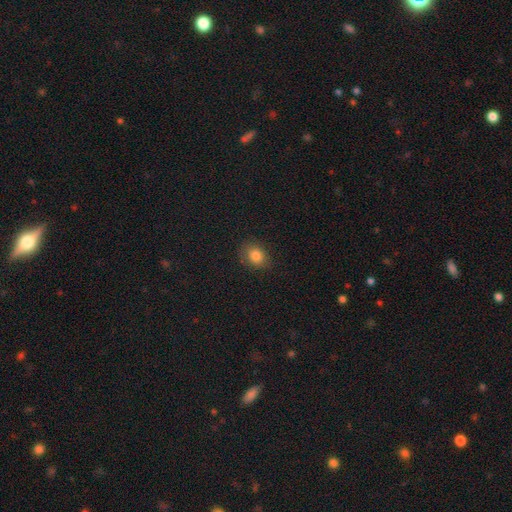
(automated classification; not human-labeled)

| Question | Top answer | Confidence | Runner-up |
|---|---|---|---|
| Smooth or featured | smooth | 83% | star or artifact (11%) |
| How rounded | in between | 52% | round (47%) |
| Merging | none | 81% | minor disturbance (14%) |